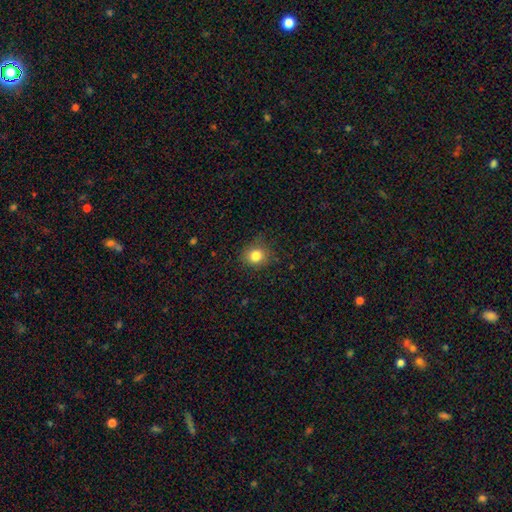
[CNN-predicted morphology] A smooth galaxy with no disk features (83%) that is round (80%). Merging: none (83%).